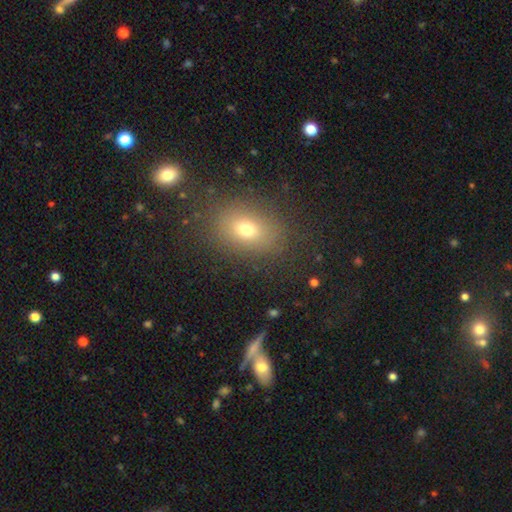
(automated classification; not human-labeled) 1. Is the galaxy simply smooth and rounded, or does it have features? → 64% smooth, 23% star or artifact, 12% featured or disk.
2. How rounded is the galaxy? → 69% in between, 29% round, 2% cigar-shaped.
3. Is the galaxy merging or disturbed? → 84% none, 9% minor disturbance, 4% major disturbance, 3% merger.